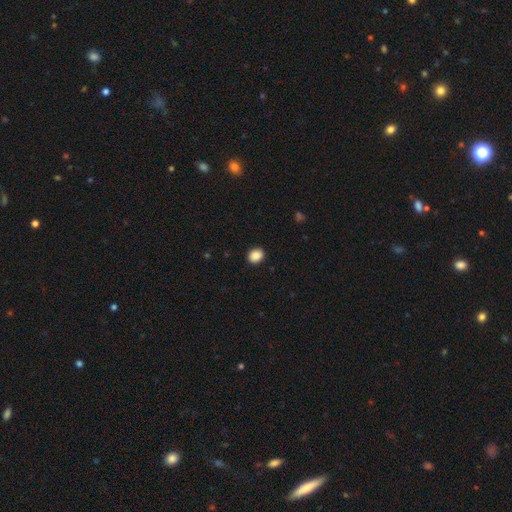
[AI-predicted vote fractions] The model was most divided on "how rounded": round: 66%, in between: 33%, cigar-shaped: 1%. More confident: merging — none (91%); smooth or featured — smooth (89%).